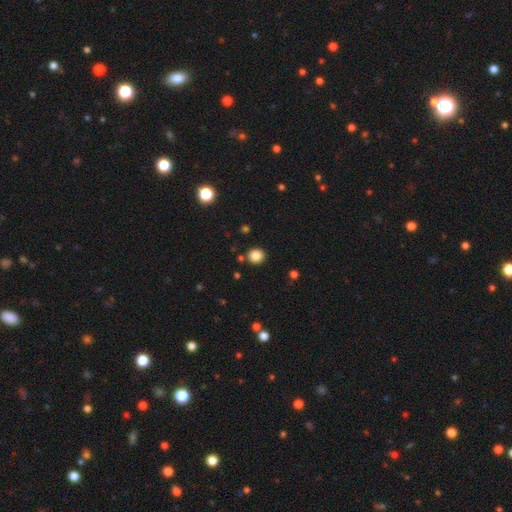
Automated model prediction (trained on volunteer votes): Morphology: type=smooth (84%); roundness=round (90%); merging=none (89%).